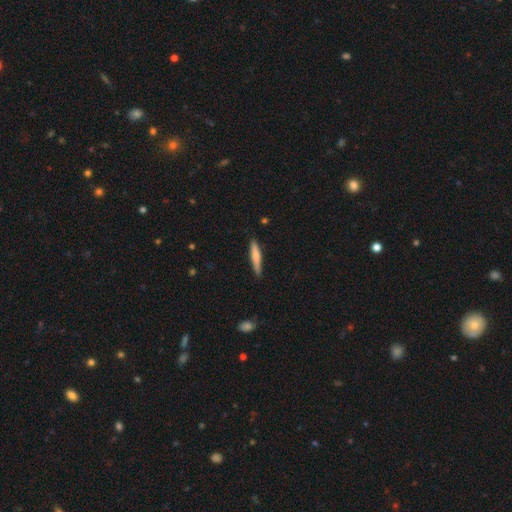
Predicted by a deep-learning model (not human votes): This is likely a smooth galaxy (66%). How rounded: clearly cigar-shaped (91%). Merging: clearly none (87%).